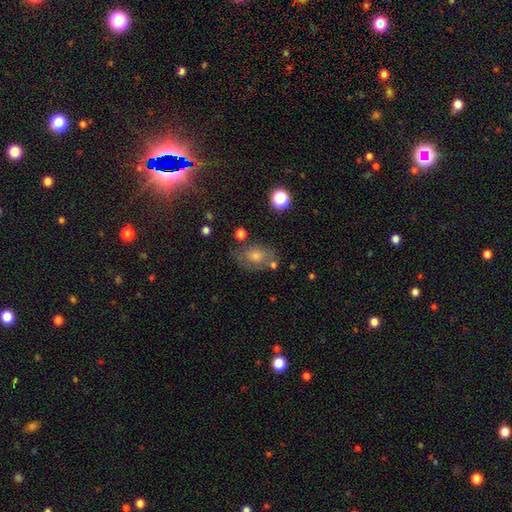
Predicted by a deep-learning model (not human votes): smooth 47%, featured or disk 30%, star or artifact 23%. Down the decision tree: merging — none (67%).